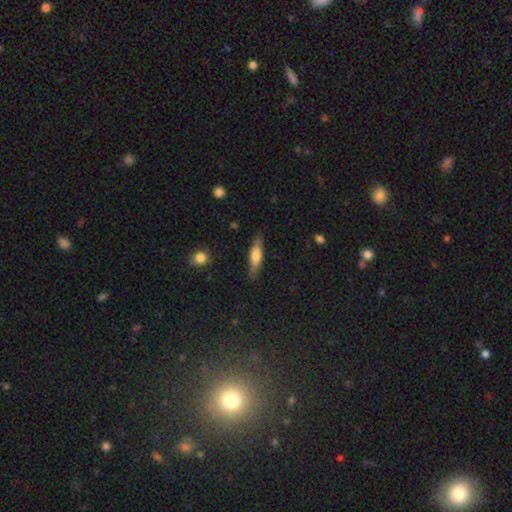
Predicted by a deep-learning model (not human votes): Morphology: type=smooth (55%); roundness=cigar-shaped (74%); merging=none (85%).